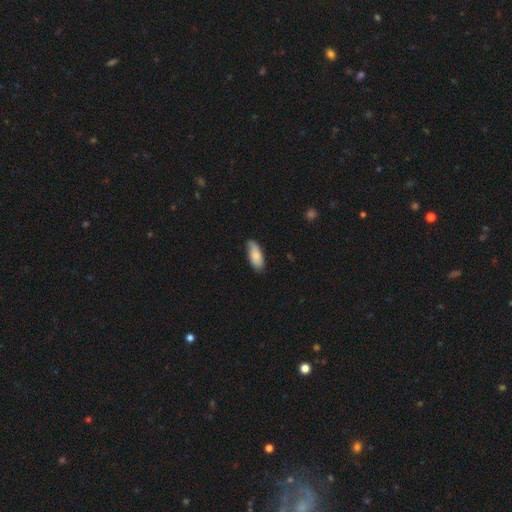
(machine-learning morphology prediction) smooth 79%, featured or disk 15%, star or artifact 6%. Down the decision tree: how rounded — in between (84%); merging — none (73%).